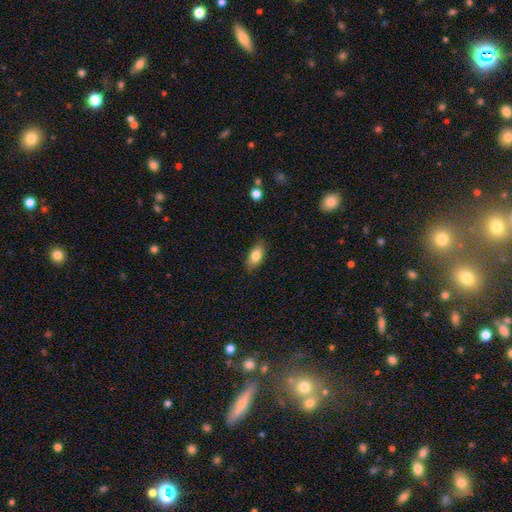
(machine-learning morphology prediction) smooth_or_featured: smooth (p=0.81) [alt: featured or disk p=0.12]
how_rounded: in between (p=0.86) [alt: cigar-shaped p=0.09]
merging: none (p=0.83) [alt: minor disturbance p=0.13]